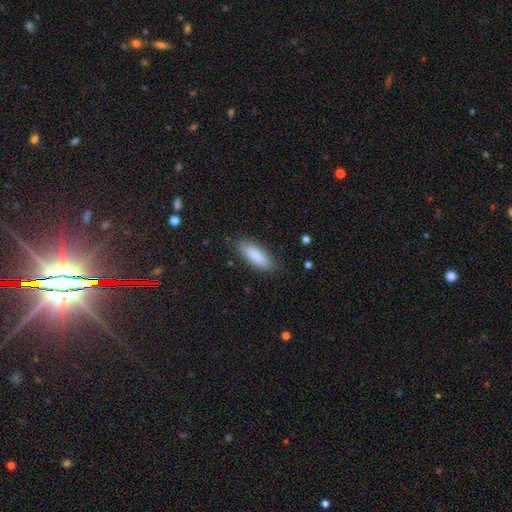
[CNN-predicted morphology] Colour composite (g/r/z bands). It shows a smooth galaxy with no disk features (84%) that is in between round and cigar-shaped (50%). Merging: none (85%).